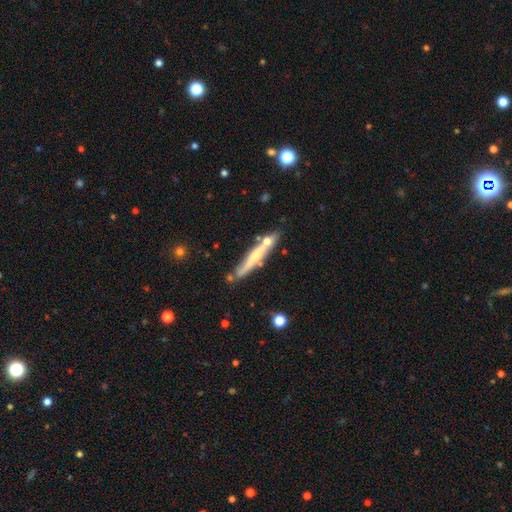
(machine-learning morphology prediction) smooth_or_featured: featured or disk (p=0.53) [alt: smooth p=0.40]
disk_edge_on: yes (p=0.90) [alt: no p=0.10]
merging: none (p=0.67) [alt: minor disturbance p=0.16]